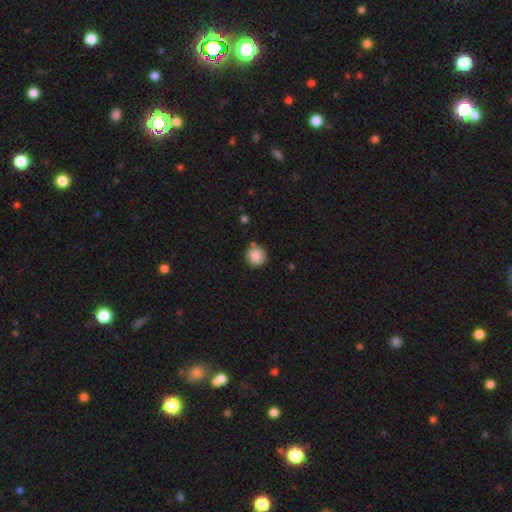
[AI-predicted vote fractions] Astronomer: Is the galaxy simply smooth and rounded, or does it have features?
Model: smooth — 87%.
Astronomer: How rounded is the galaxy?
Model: round — 93%.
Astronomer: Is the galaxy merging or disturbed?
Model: none — 81%.